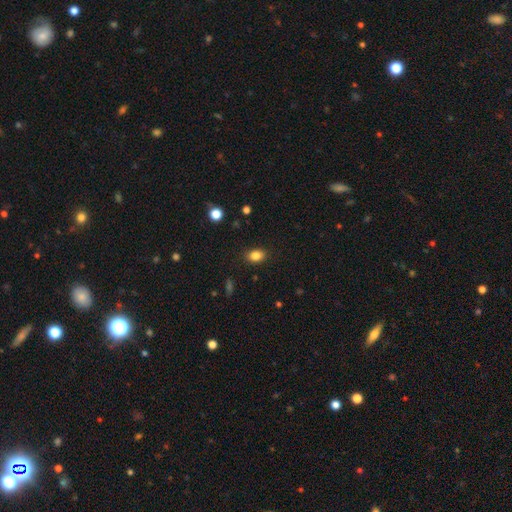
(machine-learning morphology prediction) Smooth or featured?
  - smooth: 84% *
  - star or artifact: 10%
  - featured or disk: 6%
How rounded?
  - in between: 72% *
  - round: 27%
  - cigar-shaped: 1%
Merging?
  - none: 87% *
  - minor disturbance: 10%
  - major disturbance: 3%
  - merger: 1%